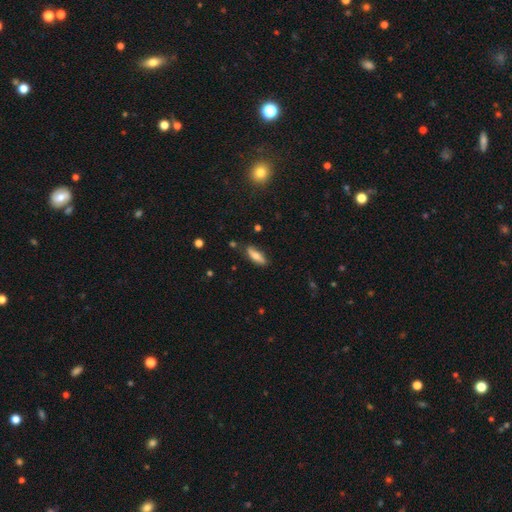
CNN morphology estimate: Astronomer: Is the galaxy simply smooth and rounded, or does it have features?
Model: smooth — 63%.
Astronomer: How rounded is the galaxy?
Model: in between — 50% (runner-up: cigar-shaped, 48%).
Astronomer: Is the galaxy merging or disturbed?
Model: none — 79%.